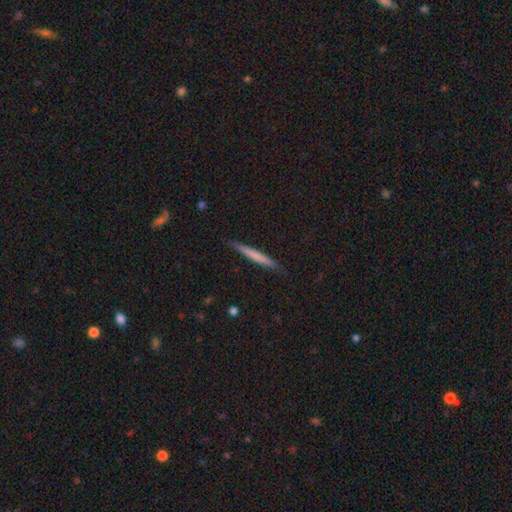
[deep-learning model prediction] This appears to be a smooth galaxy with no disk features (61%) that is cigar-shaped (96%). Merging: none (88%).